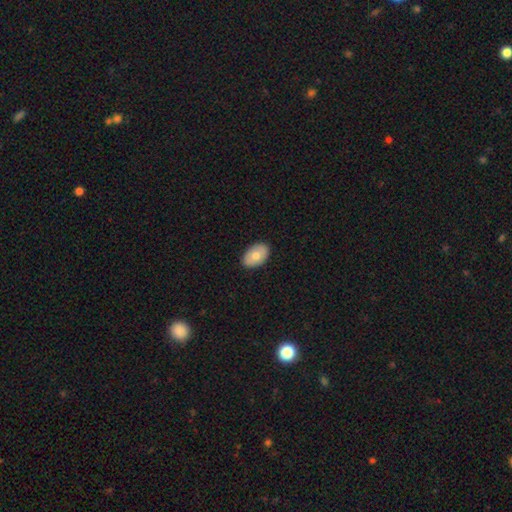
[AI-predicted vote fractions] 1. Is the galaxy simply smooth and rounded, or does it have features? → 73% smooth, 20% featured or disk, 6% star or artifact.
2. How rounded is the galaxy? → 91% in between, 8% round, 1% cigar-shaped.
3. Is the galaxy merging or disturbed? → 89% none, 9% minor disturbance, 2% major disturbance, 1% merger.